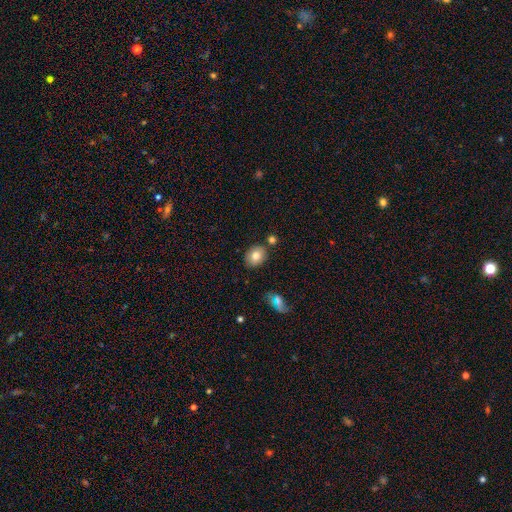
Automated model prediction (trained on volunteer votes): Smooth or featured? Predicted: smooth (p=0.78). How rounded? Predicted: in between (p=0.57). Merging? Predicted: none (p=0.80).